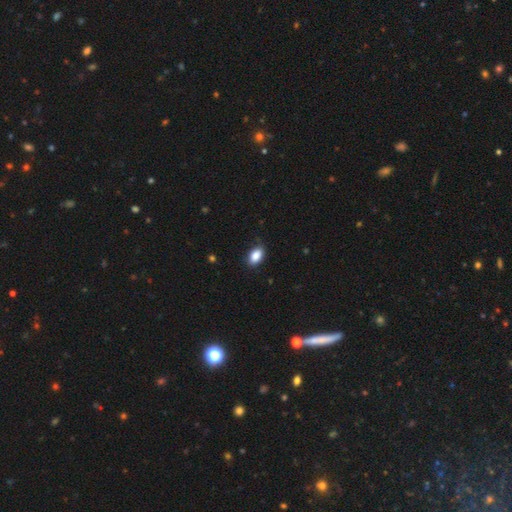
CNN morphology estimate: type=smooth (88%); roundness=in between (89%); merging=none (79%).